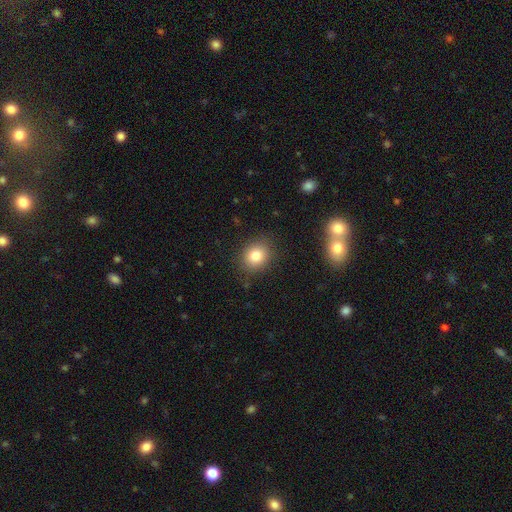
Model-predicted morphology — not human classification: A smooth galaxy with no disk features (80%) that is round (68%).

Vote fractions:
- Smooth or featured? smooth: 80% / star or artifact: 11% / featured or disk: 8%
- How rounded? round: 68% / in between: 31% / cigar-shaped: 1%
- Merging? none: 86% / minor disturbance: 10% / major disturbance: 3% / merger: 2%